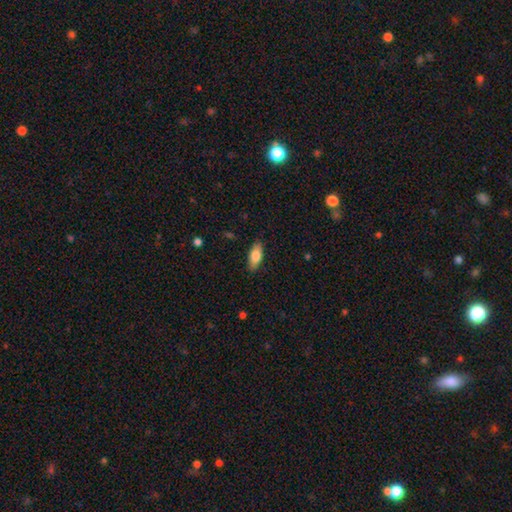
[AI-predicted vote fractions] smooth 80%, featured or disk 13%, star or artifact 6%. Down the decision tree: how rounded — in between (84%); merging — none (87%).